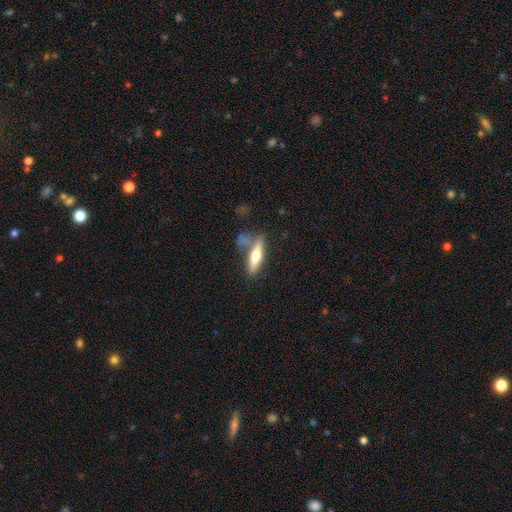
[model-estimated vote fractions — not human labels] Smooth or featured: smooth — 51% (featured or disk — 43%)
How rounded: cigar-shaped — 66% (in between — 31%)
Merging: none — 56% (minor disturbance — 18%)